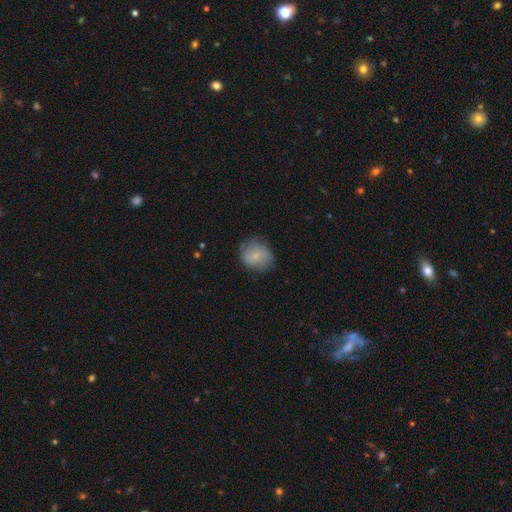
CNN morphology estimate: Q: Smooth or featured?
A: smooth (73%); runner-up: featured or disk (19%)
Q: How rounded?
A: round (77%); runner-up: in between (22%)
Q: Merging?
A: none (71%); runner-up: minor disturbance (21%)